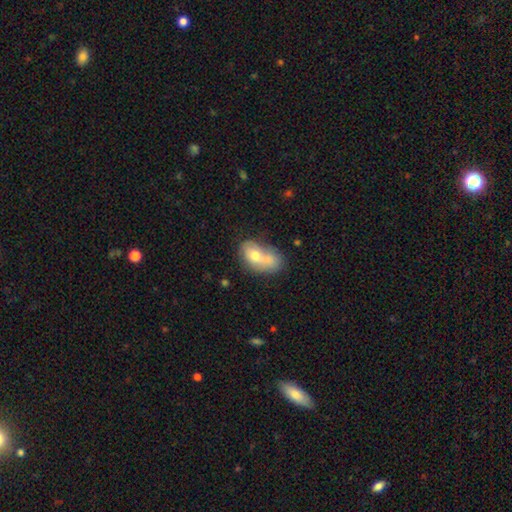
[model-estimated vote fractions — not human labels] Morphology: type=smooth (66%); roundness=in between (84%); merging=merger (54%).